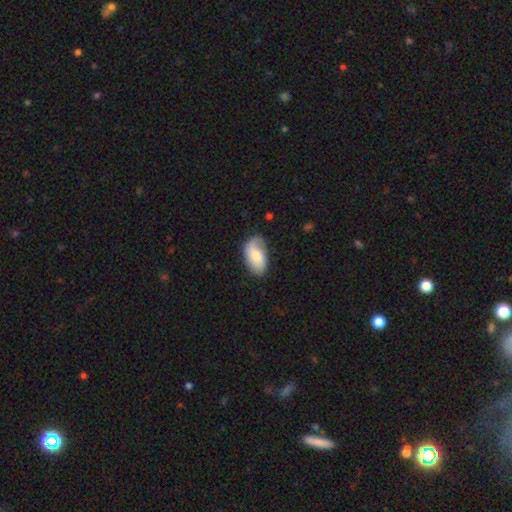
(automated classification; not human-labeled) Smooth or featured? smooth (61%)
How rounded? in between (94%)
Merging? none (65%)